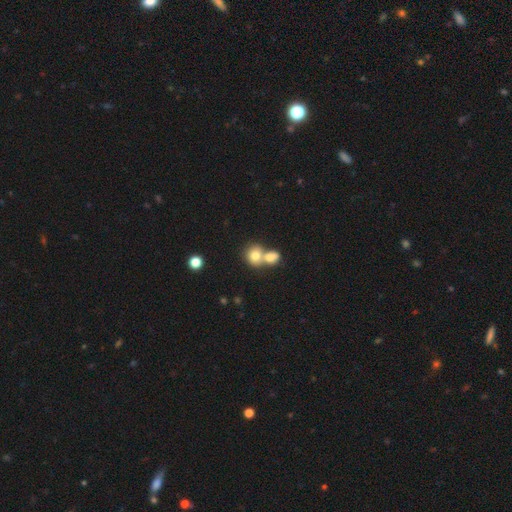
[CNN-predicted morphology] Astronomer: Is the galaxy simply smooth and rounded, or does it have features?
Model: smooth — 77%.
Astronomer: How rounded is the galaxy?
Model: round — 75%.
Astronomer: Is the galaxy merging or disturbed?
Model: merger — 62%.